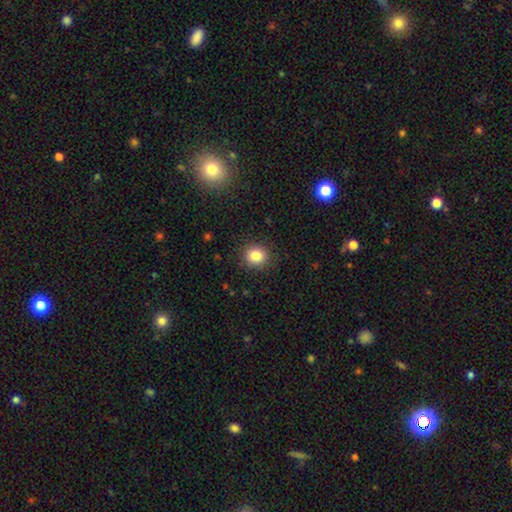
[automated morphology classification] Smooth or featured? smooth (83%)
How rounded? round (85%)
Merging? none (89%)